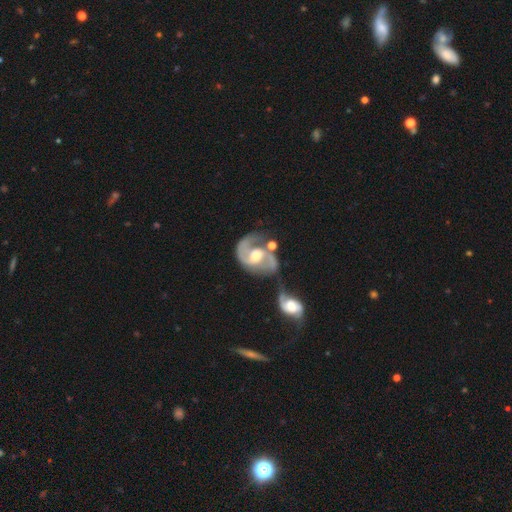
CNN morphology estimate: A featured or disk galaxy (88%) with a weak bar (44%), 2 (88%) medium (55%) spiral arms (95%) and a moderate central bulge (66%).

Vote fractions:
- Smooth or featured? featured or disk: 88% / smooth: 7% / star or artifact: 5%
- Edge-on disk? no: 98% / yes: 2%
- Bar? weak: 44% / no: 38% / strong: 18%
- Spiral arms? yes: 95% / no: 5%
- Spiral winding? medium: 55% / tight: 23% / loose: 21%
- Spiral arm count? 2: 88% / 1: 5% / can't tell: 4% / 3: 2% / 4: 1% / more than 4: 1%
- Bulge size? moderate: 66% / large: 18% / small: 11% / none: 2% / dominant: 1%
- Merging? merger: 42% / none: 32% / minor disturbance: 14% / major disturbance: 12%